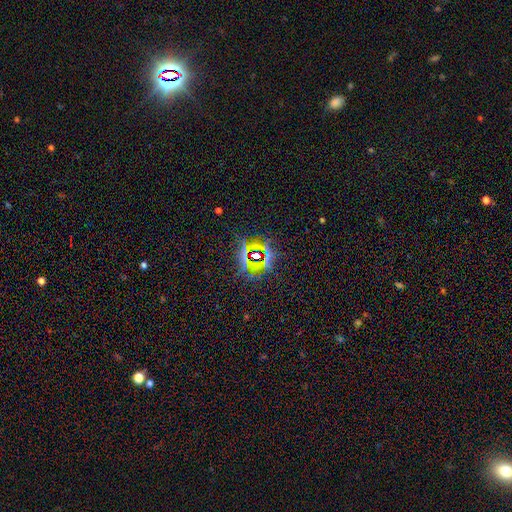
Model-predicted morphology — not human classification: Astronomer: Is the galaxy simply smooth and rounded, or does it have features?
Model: star or artifact — 79%.